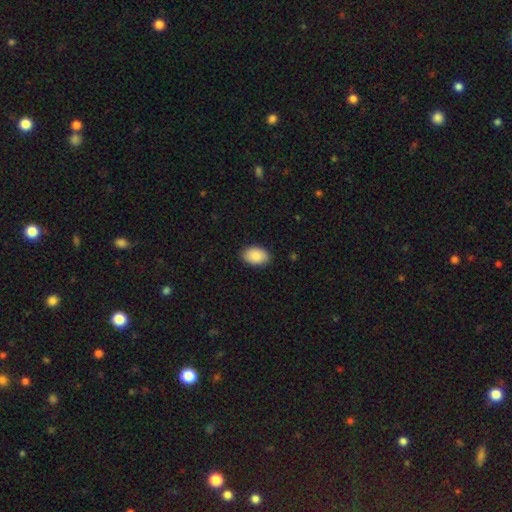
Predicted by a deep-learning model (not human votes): A smooth galaxy with no disk features (89%) that is in between round and cigar-shaped (89%).

Vote fractions:
- Smooth or featured? smooth: 89% / star or artifact: 6% / featured or disk: 4%
- How rounded? in between: 89% / round: 10% / cigar-shaped: 1%
- Merging? none: 87% / minor disturbance: 10% / major disturbance: 2% / merger: 1%